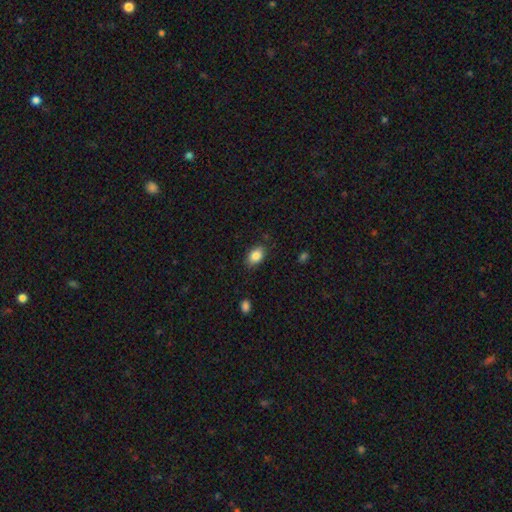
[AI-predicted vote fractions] A smooth galaxy with no disk features (86%) that is in between round and cigar-shaped (84%). Merging: none (83%).